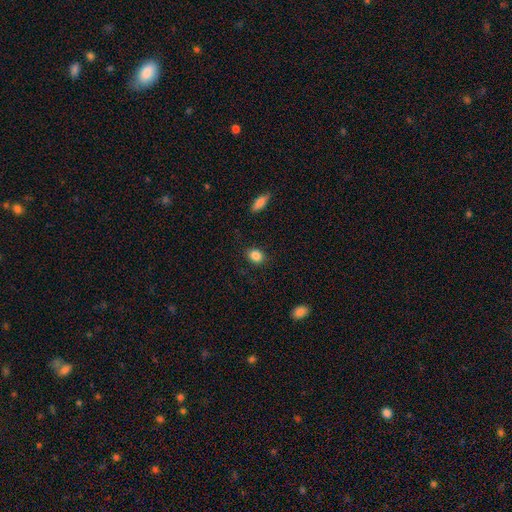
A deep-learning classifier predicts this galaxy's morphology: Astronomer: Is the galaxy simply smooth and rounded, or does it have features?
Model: smooth — 86%.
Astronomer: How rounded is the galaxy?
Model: in between — 54% (runner-up: round, 44%).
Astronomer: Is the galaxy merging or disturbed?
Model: none — 87%.